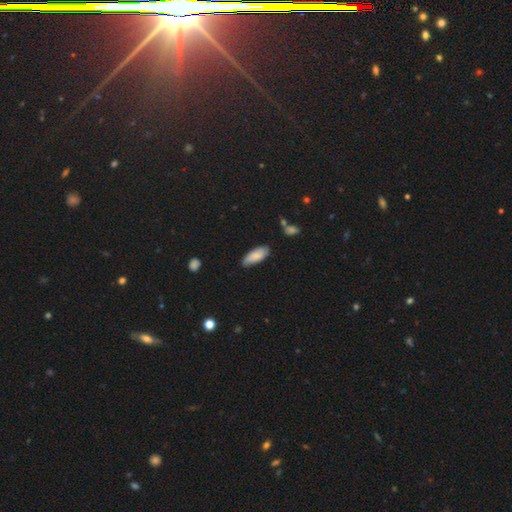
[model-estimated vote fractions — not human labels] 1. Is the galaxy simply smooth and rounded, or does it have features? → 83% smooth, 11% featured or disk, 6% star or artifact.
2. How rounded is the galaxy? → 77% in between, 21% cigar-shaped, 2% round.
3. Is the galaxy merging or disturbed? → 76% none, 20% minor disturbance, 3% major disturbance, 2% merger.